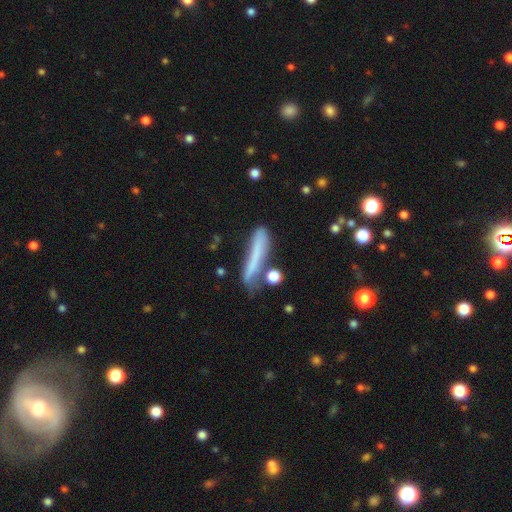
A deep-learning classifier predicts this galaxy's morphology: smooth-or-featured: smooth: 61% | featured or disk: 28% | star or artifact: 10%
  how-rounded: cigar-shaped: 89% | in between: 9% | round: 2%
  merging: none: 51% | minor disturbance: 25% | major disturbance: 13% | merger: 11%